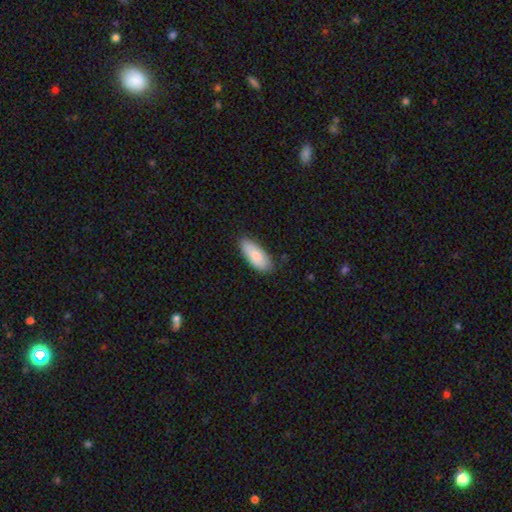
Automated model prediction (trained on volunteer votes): Overall: smooth (82%). How rounded: in between (84%). Merging: none (82%).